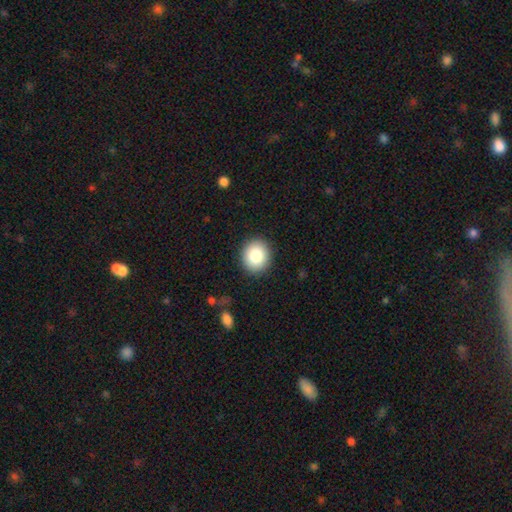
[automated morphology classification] A smooth galaxy with no disk features (84%) that is round (78%). Merging: none (91%).